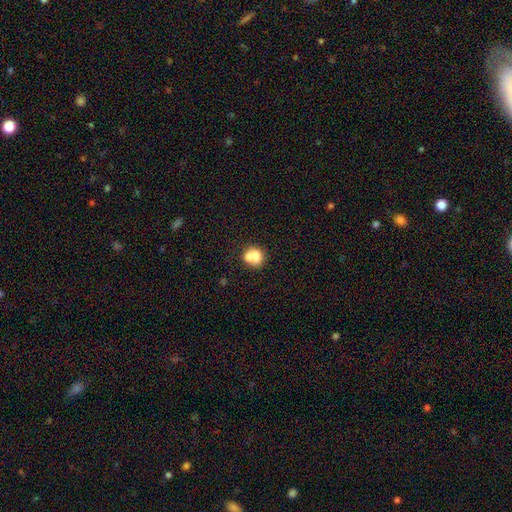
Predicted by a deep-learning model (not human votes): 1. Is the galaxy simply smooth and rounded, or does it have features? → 72% smooth, 19% featured or disk, 10% star or artifact.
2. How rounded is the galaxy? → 68% round, 31% in between, 1% cigar-shaped.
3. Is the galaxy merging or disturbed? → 52% merger, 33% none, 11% minor disturbance, 5% major disturbance.